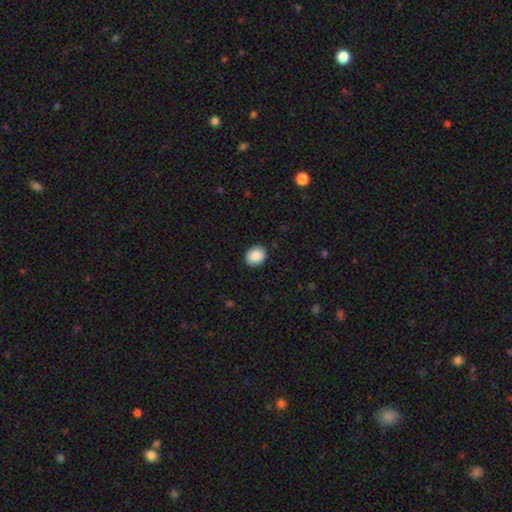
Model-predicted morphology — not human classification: Smooth or featured: smooth — 89% (star or artifact — 7%)
How rounded: round — 58% (in between — 41%)
Merging: none — 89% (minor disturbance — 8%)